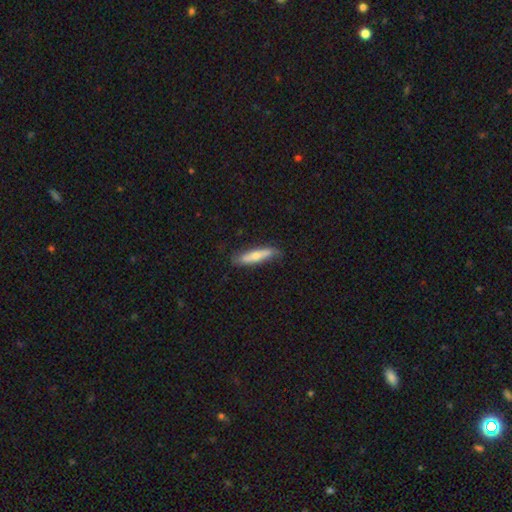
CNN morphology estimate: smooth_or_featured: smooth (p=0.63) [alt: featured or disk p=0.32]
how_rounded: cigar-shaped (p=0.80) [alt: in between p=0.18]
merging: none (p=0.77) [alt: minor disturbance p=0.18]